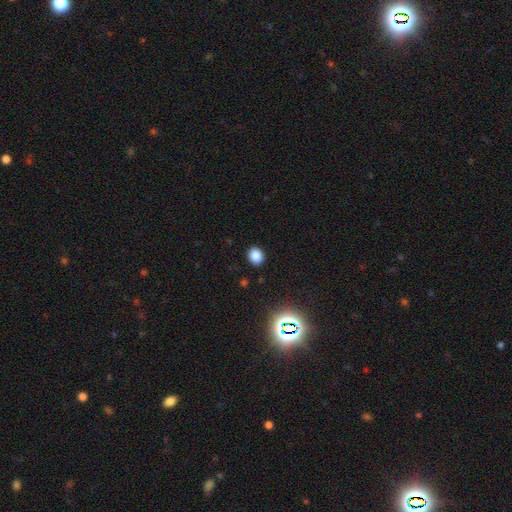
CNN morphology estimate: type=smooth (83%); roundness=round (58%); merging=none (90%).